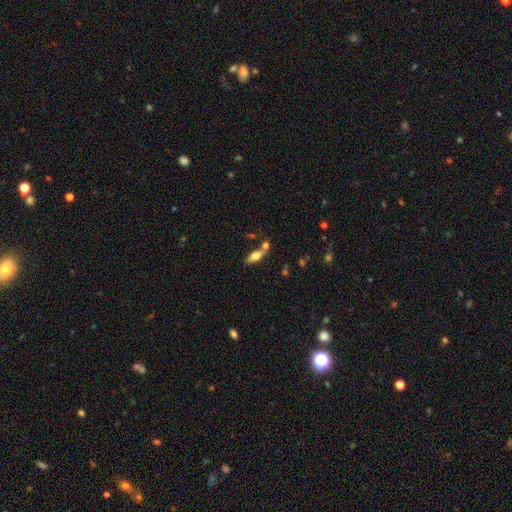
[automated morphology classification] Smooth or featured? Predicted: smooth (p=0.60). How rounded? Predicted: in between (p=0.68). Merging? Predicted: none (p=0.52).